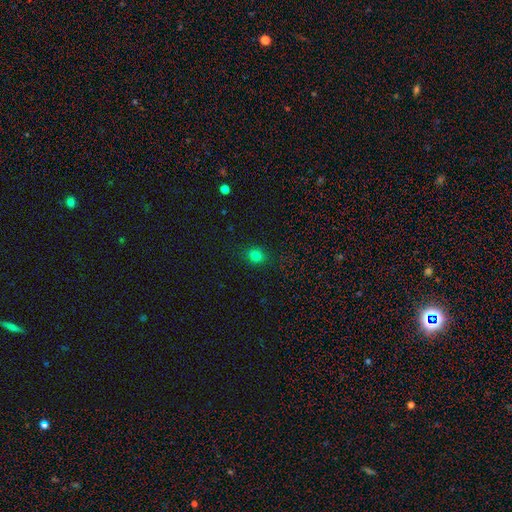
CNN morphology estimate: smooth 80%, star or artifact 15%, featured or disk 6%. Down the decision tree: how rounded — round (70%); merging — none (88%).